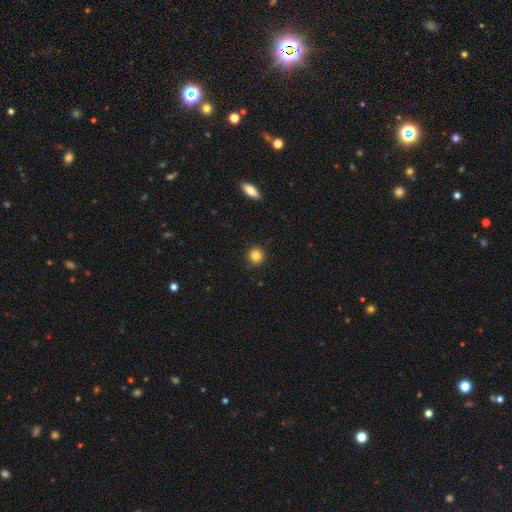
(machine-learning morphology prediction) smooth 84%, star or artifact 11%, featured or disk 5%. Down the decision tree: how rounded — round (91%); merging — none (90%).